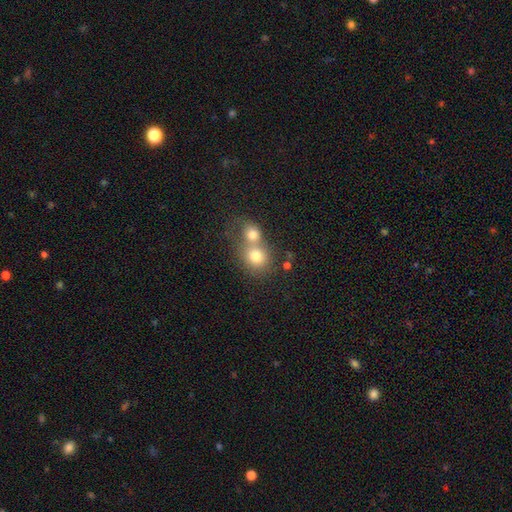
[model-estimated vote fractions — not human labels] smooth 76%, featured or disk 14%, star or artifact 11%. Down the decision tree: how rounded — round (77%); merging — merger (62%).